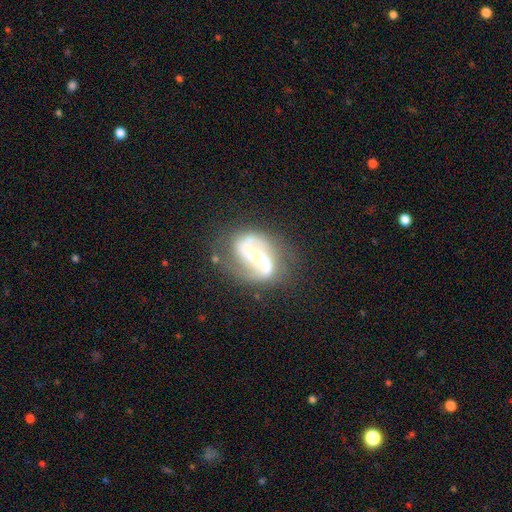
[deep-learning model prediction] The model was most divided on "spiral winding": loose: 45%, medium: 42%, tight: 14%. Remaining: edge-on disk — no (97%); spiral arms — yes (95%); spiral arm count — 2 (88%); smooth or featured — featured or disk (86%); merging — none (65%); bulge size — small (53%); bar — strong (45%).